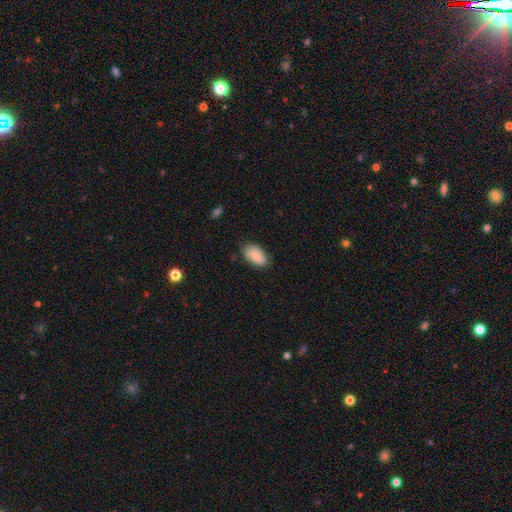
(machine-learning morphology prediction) Overall: smooth (75%). How rounded: in between (93%). Merging: none (79%).